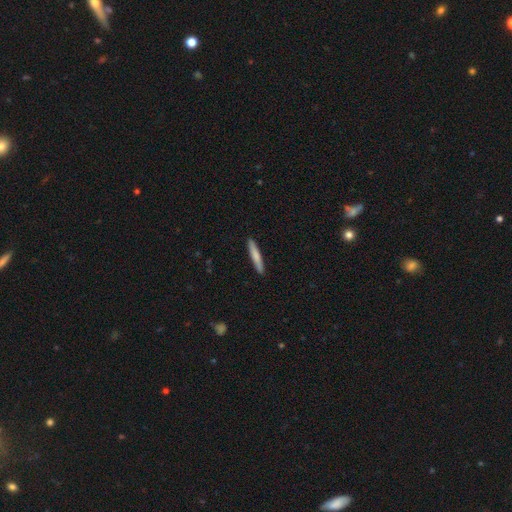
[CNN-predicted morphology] Smooth or featured?
  - smooth: 75% *
  - featured or disk: 20%
  - star or artifact: 5%
How rounded?
  - cigar-shaped: 95% *
  - in between: 4%
  - round: 1%
Merging?
  - none: 92% *
  - minor disturbance: 6%
  - major disturbance: 1%
  - merger: 1%